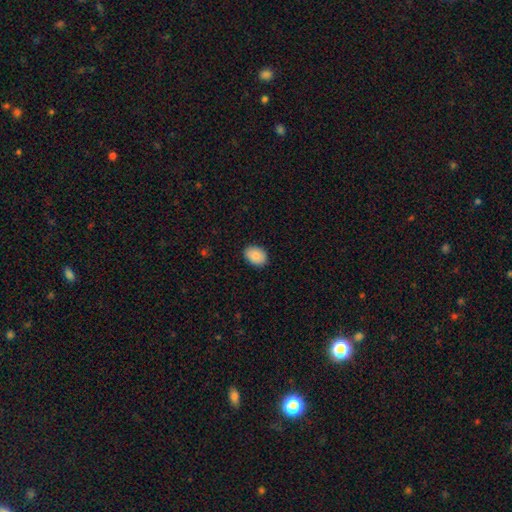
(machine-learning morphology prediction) Smooth or featured: smooth — 86% (star or artifact — 7%)
How rounded: in between — 74% (round — 25%)
Merging: none — 88% (minor disturbance — 9%)